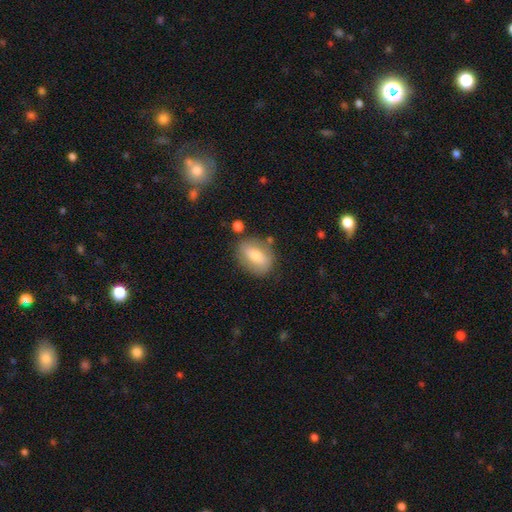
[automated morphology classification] Smooth or featured?
  - smooth: 64% *
  - featured or disk: 28%
  - star or artifact: 9%
How rounded?
  - in between: 77% *
  - round: 19%
  - cigar-shaped: 4%
Merging?
  - none: 77% *
  - minor disturbance: 15%
  - major disturbance: 4%
  - merger: 4%